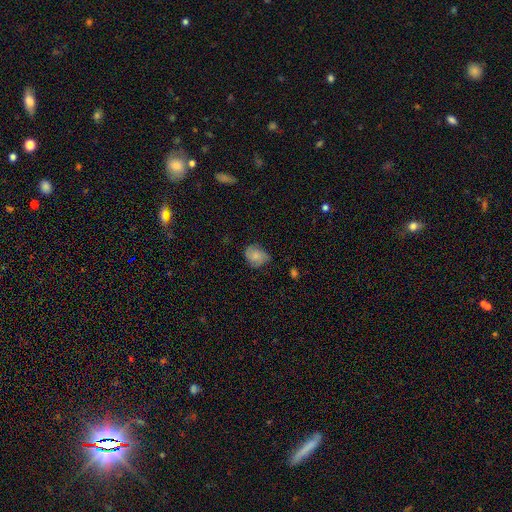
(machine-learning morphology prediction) A smooth galaxy with no disk features (69%) that is in between round and cigar-shaped (57%). Merging: none (55%).